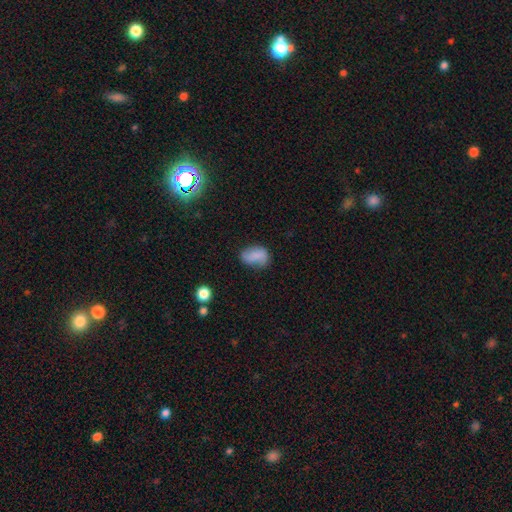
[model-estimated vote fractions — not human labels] smooth 75%, featured or disk 15%, star or artifact 10%. Down the decision tree: how rounded — in between (83%); merging — none (56%).